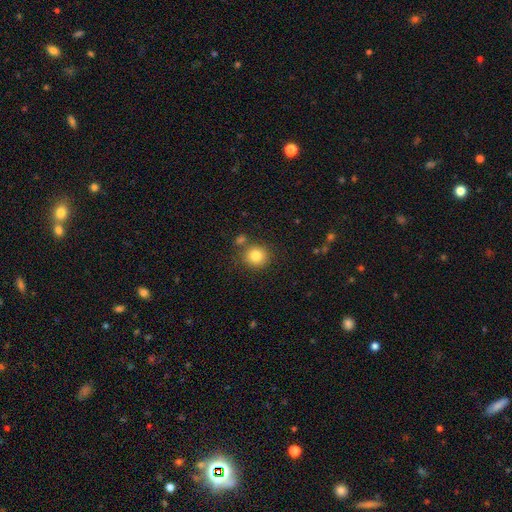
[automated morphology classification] Smooth or featured: smooth — 82% (star or artifact — 10%)
How rounded: round — 87% (in between — 12%)
Merging: none — 76% (merger — 11%)